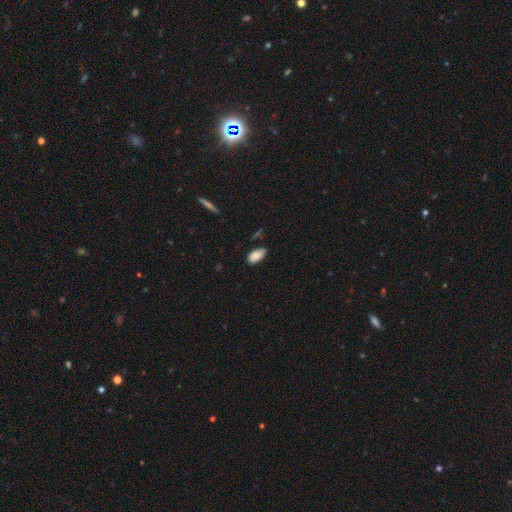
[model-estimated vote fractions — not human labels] Smooth or featured? smooth (87%)
How rounded? in between (94%)
Merging? none (72%)